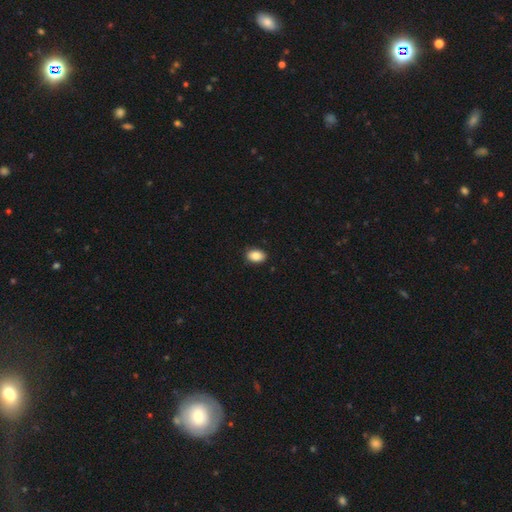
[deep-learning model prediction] Q: Smooth or featured?
A: smooth (87%); runner-up: star or artifact (8%)
Q: How rounded?
A: in between (85%); runner-up: round (14%)
Q: Merging?
A: none (88%); runner-up: minor disturbance (9%)